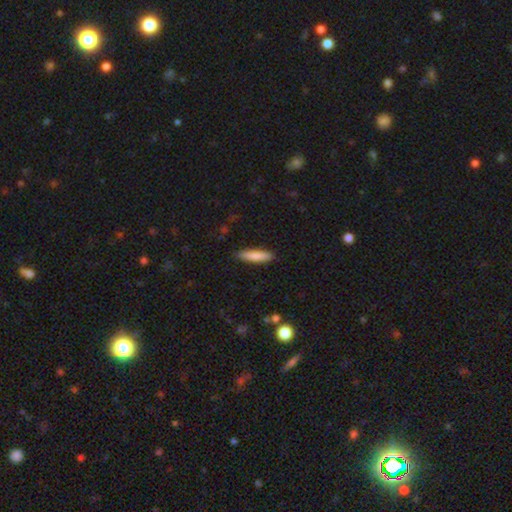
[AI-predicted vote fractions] The model was most divided on "how rounded": cigar-shaped: 80%, in between: 19%, round: 1%. More confident: merging — none (88%); smooth or featured — smooth (82%).